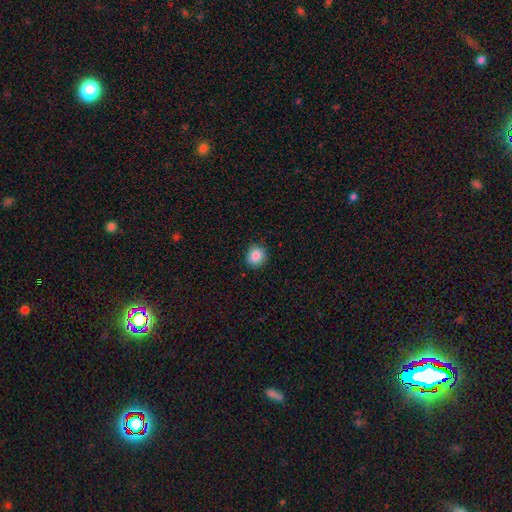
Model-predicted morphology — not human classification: This is clearly a smooth galaxy (87%). How rounded: clearly round (85%). Merging: clearly none (89%).